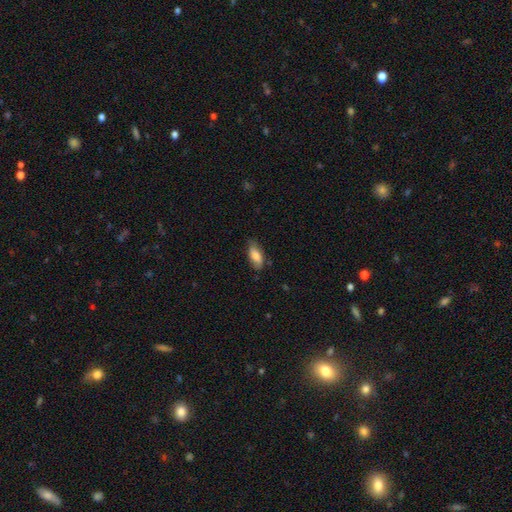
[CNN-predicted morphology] smooth 78%, featured or disk 15%, star or artifact 7%. Down the decision tree: how rounded — in between (85%); merging — none (73%).